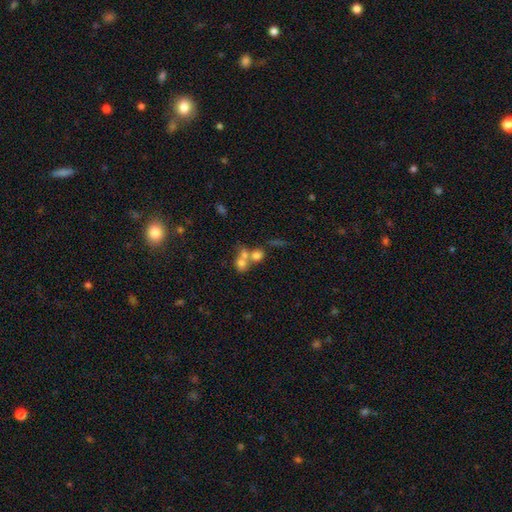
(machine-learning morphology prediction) A smooth galaxy with no disk features (44%).

Vote fractions:
- Smooth or featured? smooth: 44% / star or artifact: 34% / featured or disk: 22%
- Merging? merger: 45% / none: 41% / minor disturbance: 8% / major disturbance: 6%